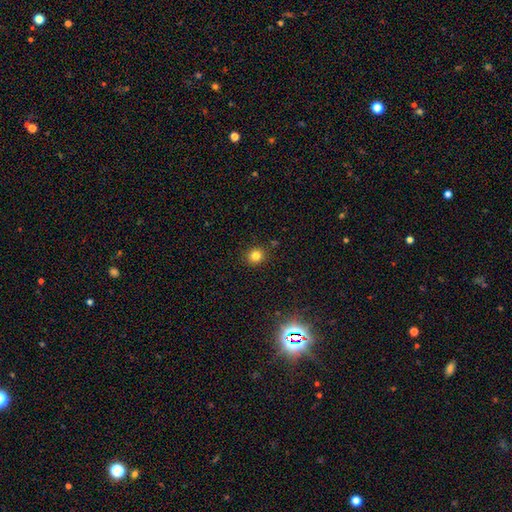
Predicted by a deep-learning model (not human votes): This appears to be a smooth galaxy with no disk features (80%) that is round (87%). Merging: none (89%).